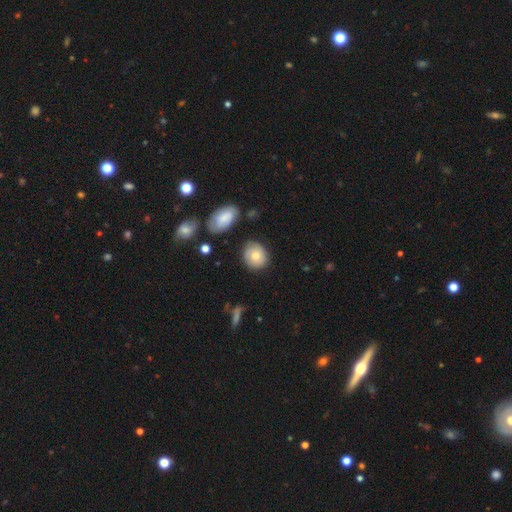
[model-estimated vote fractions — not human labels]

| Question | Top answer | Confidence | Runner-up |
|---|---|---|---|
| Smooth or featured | smooth | 74% | featured or disk (18%) |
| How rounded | round | 75% | in between (24%) |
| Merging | none | 78% | minor disturbance (15%) |